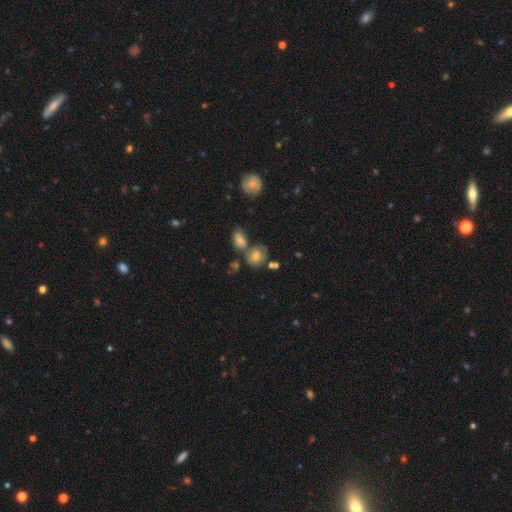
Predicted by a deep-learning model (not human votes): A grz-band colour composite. It shows a smooth galaxy with no disk features (53%) that is round (60%). Merging: none (47%).